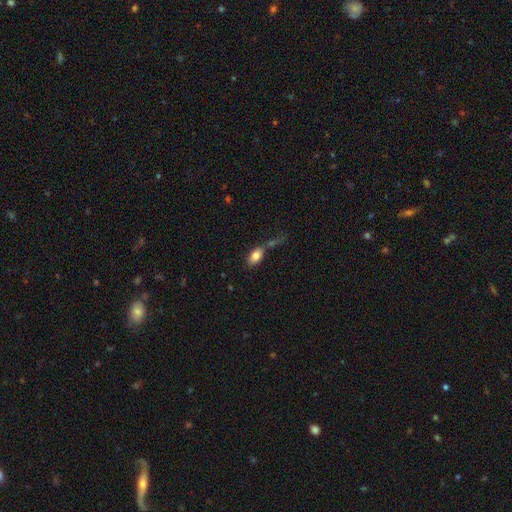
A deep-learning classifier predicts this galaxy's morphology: Overall: smooth (81%). How rounded: in between (89%). Merging: none (47%; merger 26%).